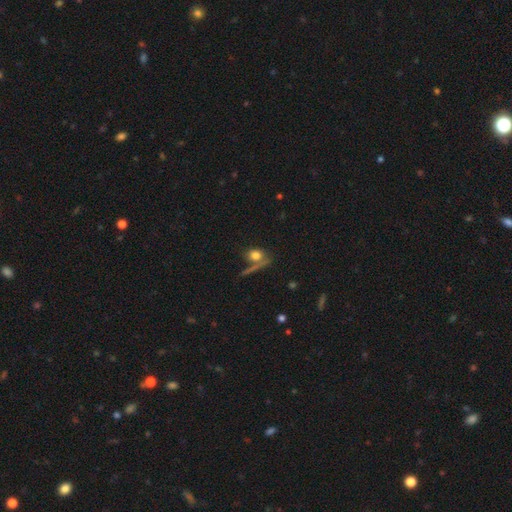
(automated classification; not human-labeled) Morphology: type=smooth (74%); roundness=round (49%); merging=none (52%).